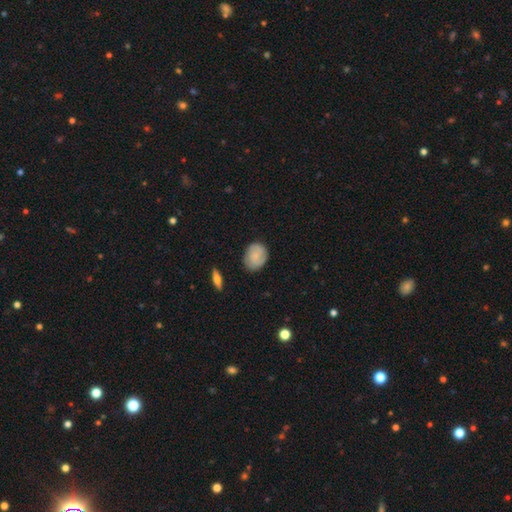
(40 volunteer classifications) Morphology: type=smooth (72%); roundness=round (55%); merging=none (78%).